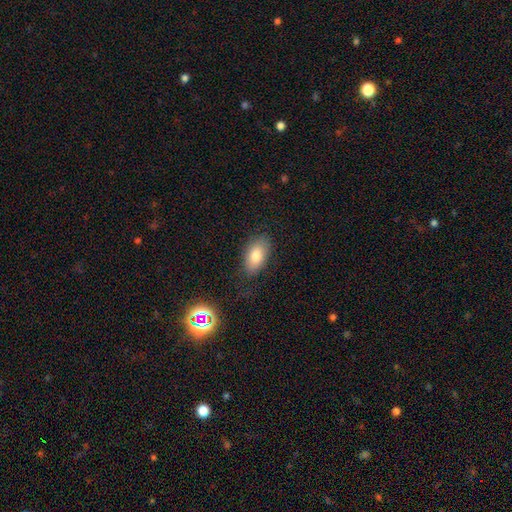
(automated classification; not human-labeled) smooth 82%, featured or disk 10%, star or artifact 8%. Down the decision tree: how rounded — in between (93%); merging — none (78%).